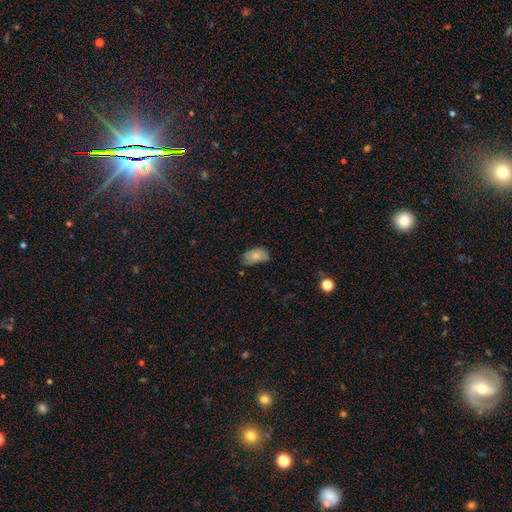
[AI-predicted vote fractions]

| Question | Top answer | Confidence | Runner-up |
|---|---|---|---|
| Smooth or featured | smooth | 79% | featured or disk (13%) |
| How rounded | in between | 92% | round (6%) |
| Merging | none | 55% | minor disturbance (34%) |